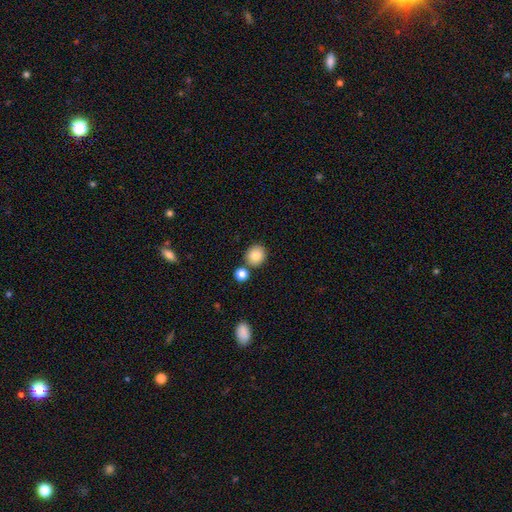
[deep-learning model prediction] Overall: smooth (84%). How rounded: round (84%). Merging: none (74%).